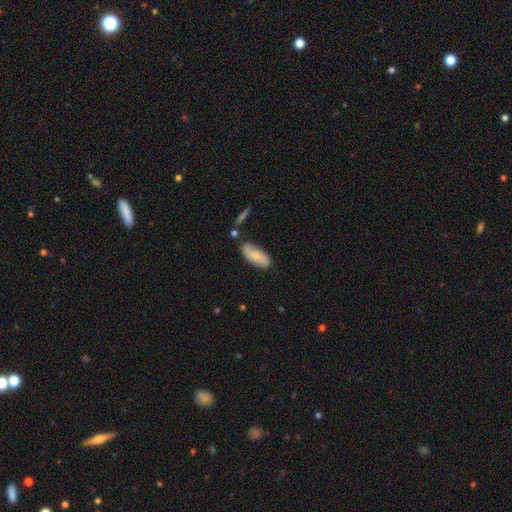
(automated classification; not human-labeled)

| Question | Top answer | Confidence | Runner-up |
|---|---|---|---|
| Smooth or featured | smooth | 69% | featured or disk (25%) |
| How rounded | in between | 81% | cigar-shaped (17%) |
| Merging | none | 71% | minor disturbance (19%) |